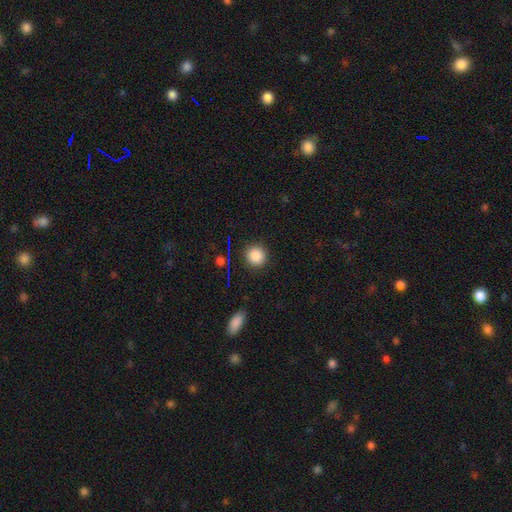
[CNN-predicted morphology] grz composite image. It shows a smooth galaxy with no disk features (85%) that is round (91%). Merging: none (89%).